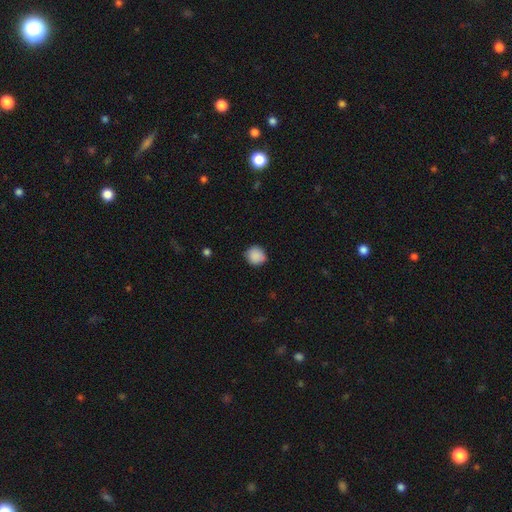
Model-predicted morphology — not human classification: Overall: smooth (89%). How rounded: round (90%). Merging: none (84%).